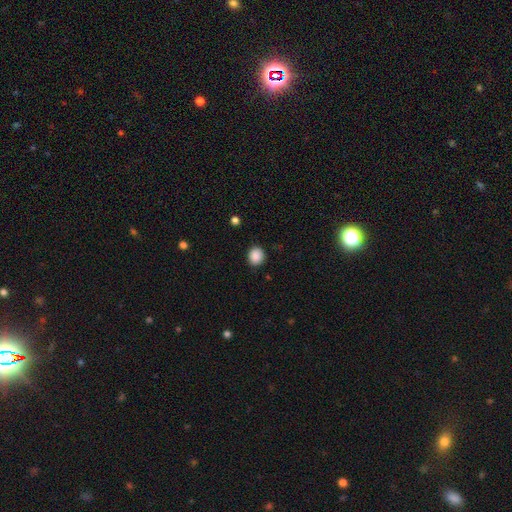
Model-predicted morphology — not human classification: The model was most divided on "how rounded": round: 77%, in between: 22%, cigar-shaped: 1%. More confident: merging — none (89%); smooth or featured — smooth (88%).